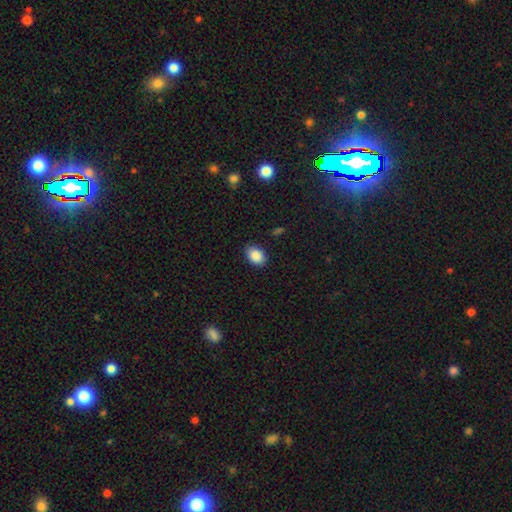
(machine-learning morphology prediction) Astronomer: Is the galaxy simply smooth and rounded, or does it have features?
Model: smooth — 89%.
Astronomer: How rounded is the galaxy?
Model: in between — 77%.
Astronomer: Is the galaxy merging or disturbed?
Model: none — 84%.